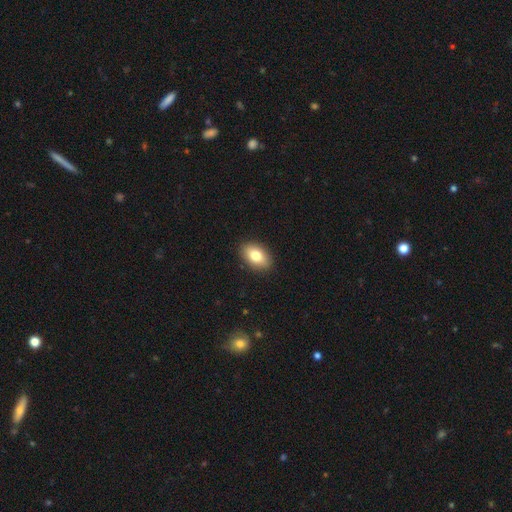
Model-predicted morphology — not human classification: smooth 80%, featured or disk 12%, star or artifact 8%. Down the decision tree: how rounded — in between (89%); merging — none (90%).